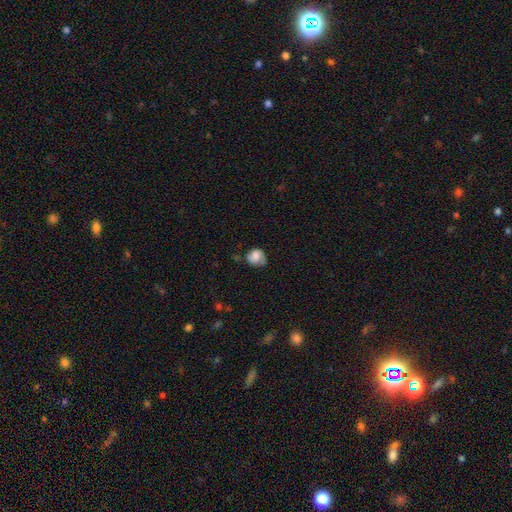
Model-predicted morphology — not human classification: A smooth galaxy with no disk features (47%). Merging: none (58%).